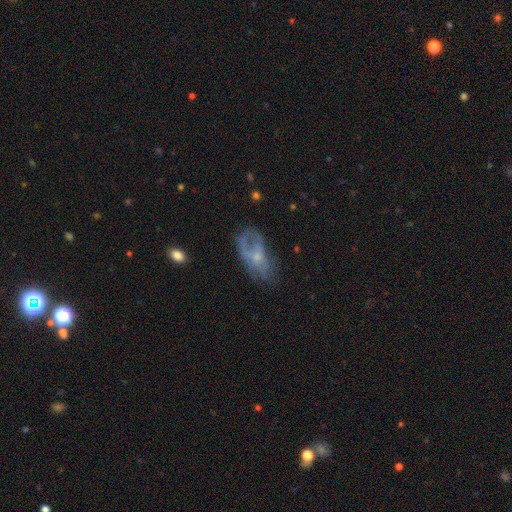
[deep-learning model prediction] Smooth or featured?
  - featured or disk: 52% *
  - smooth: 37%
  - star or artifact: 10%
Edge-on disk?
  - no: 92% *
  - yes: 8%
Merging?
  - none: 40% *
  - major disturbance: 31%
  - minor disturbance: 26%
  - merger: 3%